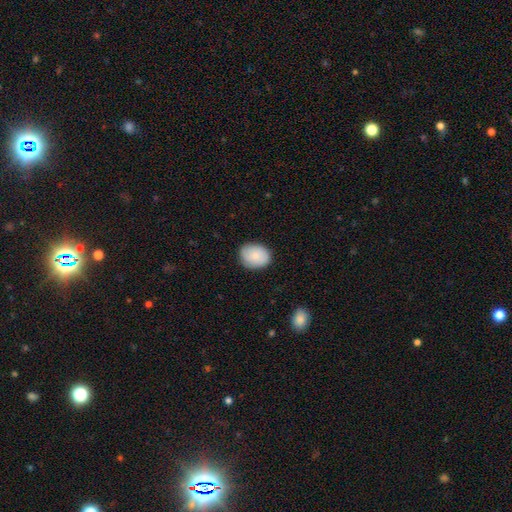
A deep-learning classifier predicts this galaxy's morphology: Q: Smooth or featured?
A: smooth (84%); runner-up: featured or disk (10%)
Q: How rounded?
A: in between (54%); runner-up: round (45%)
Q: Merging?
A: none (84%); runner-up: minor disturbance (13%)